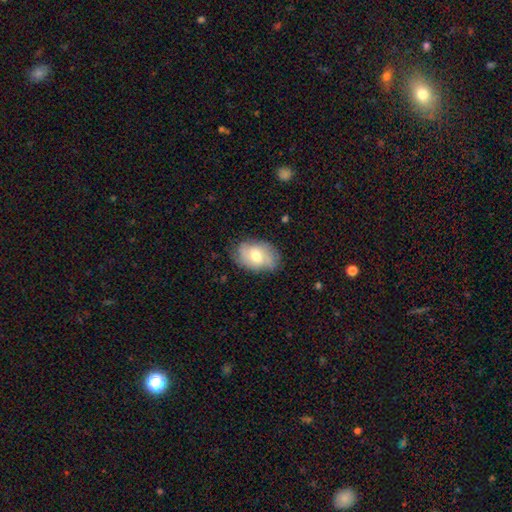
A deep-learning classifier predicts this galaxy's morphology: This is possibly a smooth galaxy (51%). How rounded: clearly in between (85%). Merging: likely none (73%).